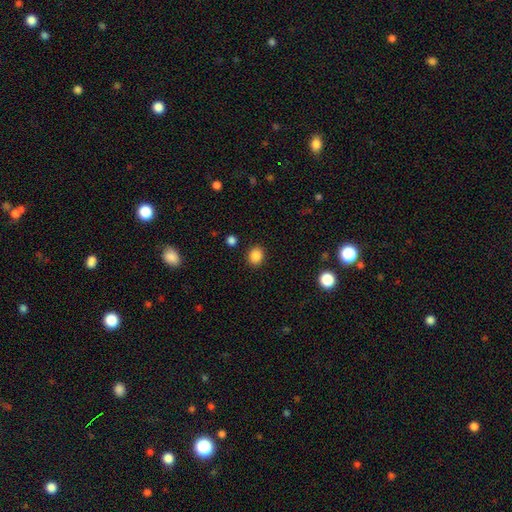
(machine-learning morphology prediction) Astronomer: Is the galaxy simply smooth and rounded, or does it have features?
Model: smooth — 86%.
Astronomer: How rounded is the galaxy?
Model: round — 66%.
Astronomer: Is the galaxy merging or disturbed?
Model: none — 89%.